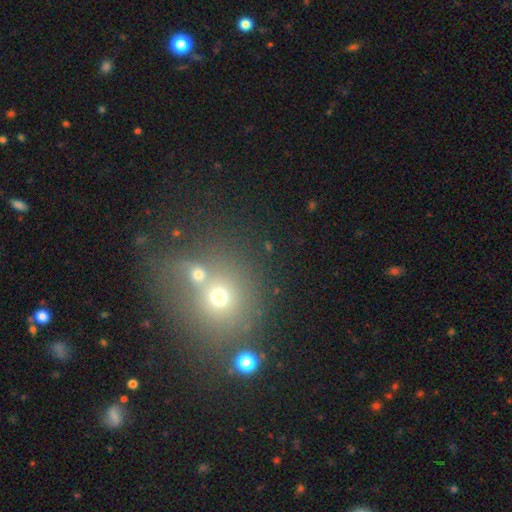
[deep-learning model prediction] Overall: smooth (48%; star or artifact 37%). Merging: none (47%; merger 40%).